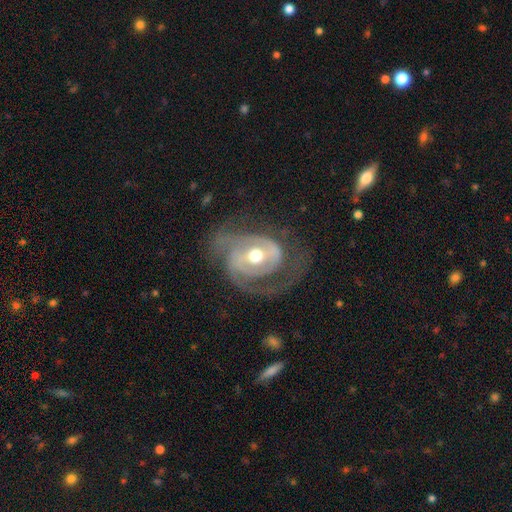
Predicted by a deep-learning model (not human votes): Smooth or featured? Predicted: featured or disk (p=0.87). Edge-on disk? Predicted: no (p=0.97). Bar? Predicted: no (p=0.41). Spiral arms? Predicted: yes (p=0.93). Spiral winding? Predicted: medium (p=0.42). Spiral arm count? Predicted: 2 (p=0.48). Bulge size? Predicted: moderate (p=0.75). Merging? Predicted: none (p=0.54).